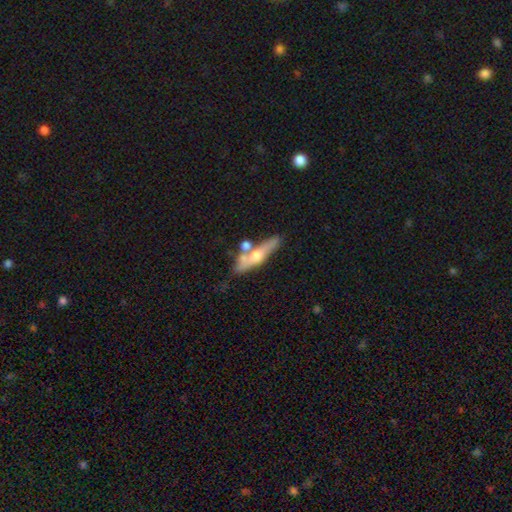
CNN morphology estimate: Overall: featured or disk (52%; smooth 41%). Edge-on disk: yes (78%). Merging: none (51%; merger 26%).